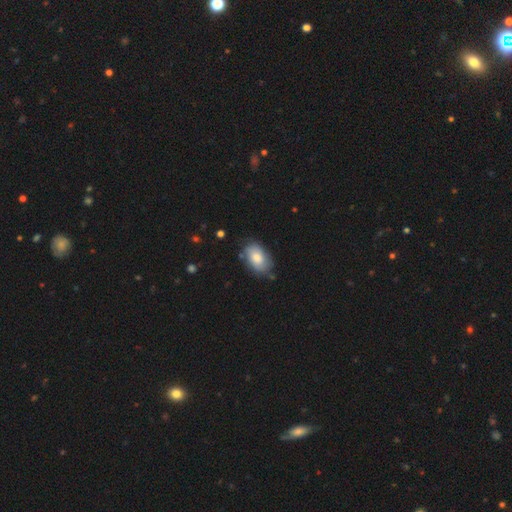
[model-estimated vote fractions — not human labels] This appears to be a smooth galaxy with no disk features (73%) that is in between round and cigar-shaped (89%). Merging: none (72%).